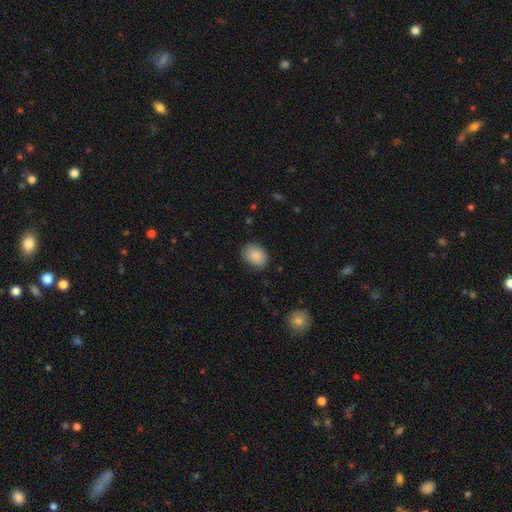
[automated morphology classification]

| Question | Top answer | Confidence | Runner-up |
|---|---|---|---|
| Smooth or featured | smooth | 88% | star or artifact (7%) |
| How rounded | in between | 64% | round (35%) |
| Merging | none | 79% | minor disturbance (16%) |